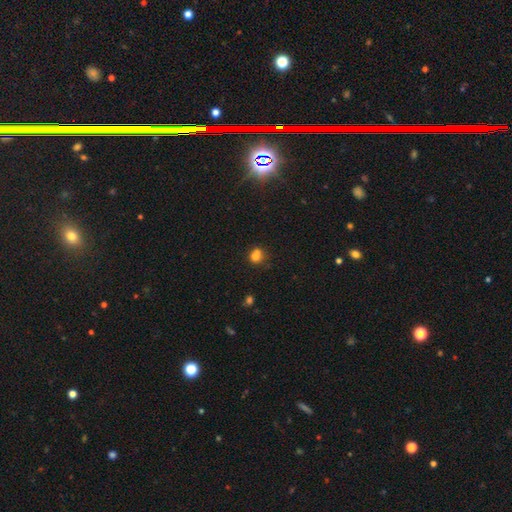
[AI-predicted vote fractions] Smooth or featured? smooth (75%)
How rounded? round (69%)
Merging? none (48%)